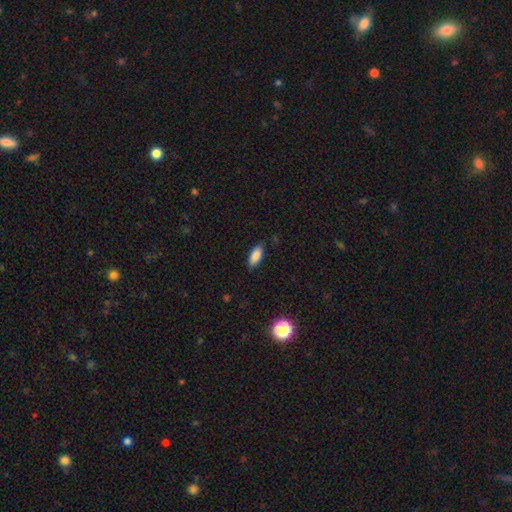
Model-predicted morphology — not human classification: This is clearly a smooth galaxy (87%). How rounded: clearly in between (84%). Merging: clearly none (84%).